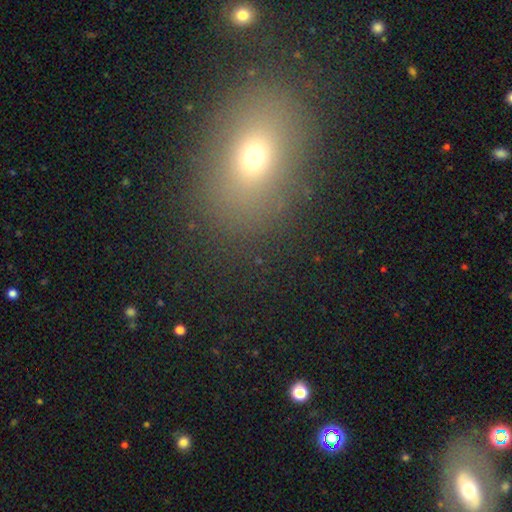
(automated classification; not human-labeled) Morphology: type=smooth (60%); roundness=in between (58%); merging=none (83%).